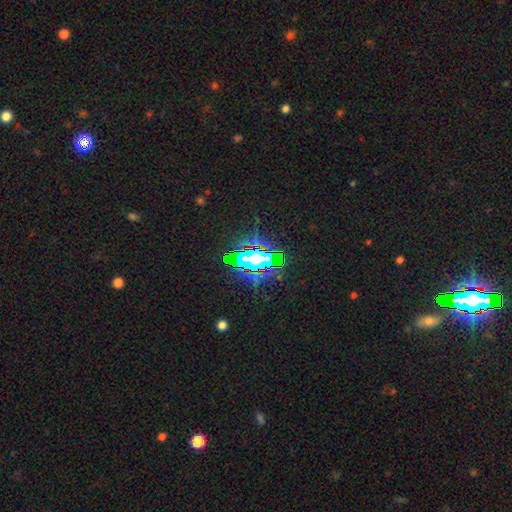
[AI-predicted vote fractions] A star or artifact, not a galaxy (76%).

Vote fractions:
- Smooth or featured? star or artifact: 76% / smooth: 13% / featured or disk: 12%